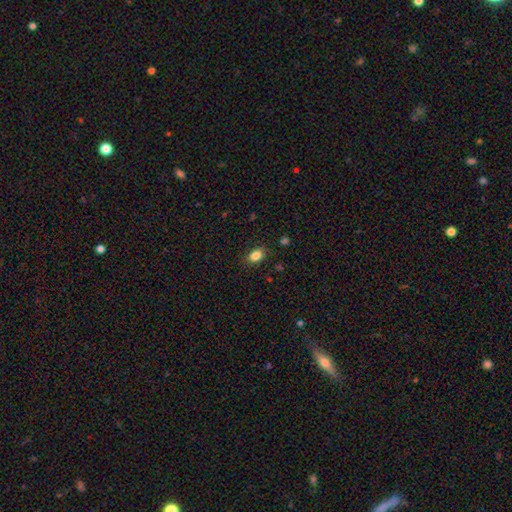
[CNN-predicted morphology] Q: Smooth or featured?
A: smooth (85%); runner-up: star or artifact (9%)
Q: How rounded?
A: in between (80%); runner-up: round (19%)
Q: Merging?
A: none (85%); runner-up: minor disturbance (11%)